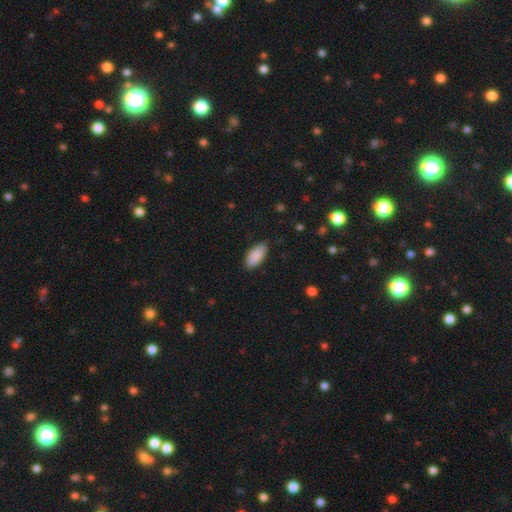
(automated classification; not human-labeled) Smooth or featured? smooth (89%)
How rounded? in between (90%)
Merging? none (84%)